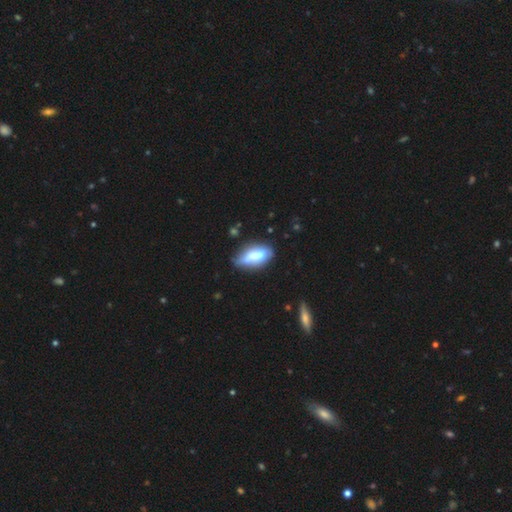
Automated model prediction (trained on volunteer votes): Smooth or featured? Predicted: smooth (p=0.62). How rounded? Predicted: in between (p=0.77). Merging? Predicted: none (p=0.53).